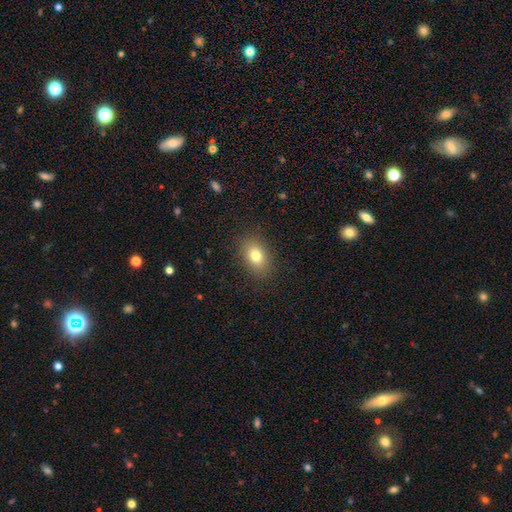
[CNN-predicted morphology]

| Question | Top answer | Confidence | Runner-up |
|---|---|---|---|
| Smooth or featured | smooth | 79% | star or artifact (11%) |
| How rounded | in between | 78% | round (20%) |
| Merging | none | 87% | minor disturbance (9%) |